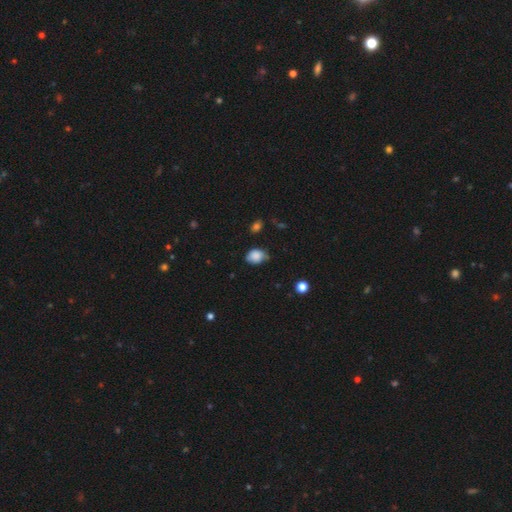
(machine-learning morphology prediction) This is clearly a smooth galaxy (82%). How rounded: possibly in between (58%). Merging: possibly none (53%).